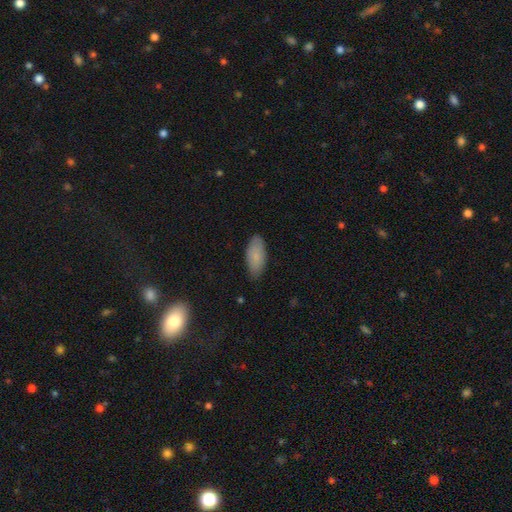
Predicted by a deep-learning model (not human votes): Smooth or featured: smooth — 84% (featured or disk — 10%)
How rounded: in between — 91% (cigar-shaped — 7%)
Merging: none — 83% (minor disturbance — 14%)